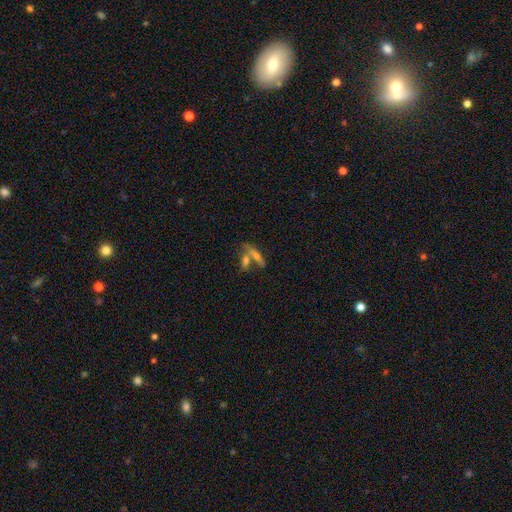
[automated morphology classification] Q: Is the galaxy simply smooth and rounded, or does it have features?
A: smooth — 49%.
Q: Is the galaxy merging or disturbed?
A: merger — 43%.